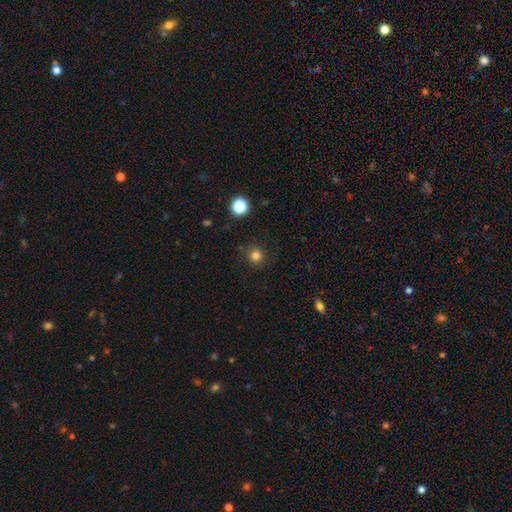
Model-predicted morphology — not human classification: type=smooth (80%); roundness=round (94%); merging=none (88%).